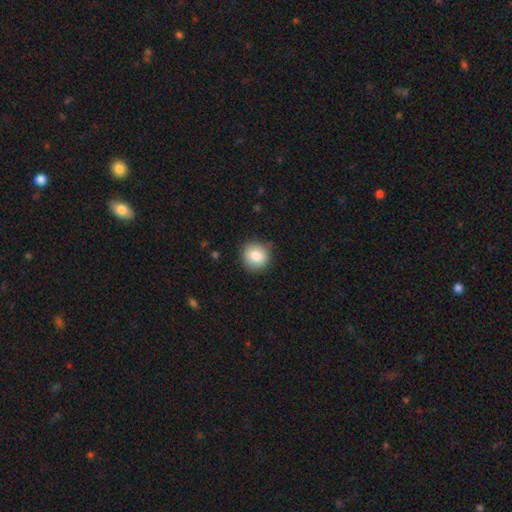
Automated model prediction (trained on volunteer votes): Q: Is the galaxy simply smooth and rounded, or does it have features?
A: smooth — 83%.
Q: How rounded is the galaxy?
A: round — 89%.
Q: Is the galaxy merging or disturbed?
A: none — 84%.